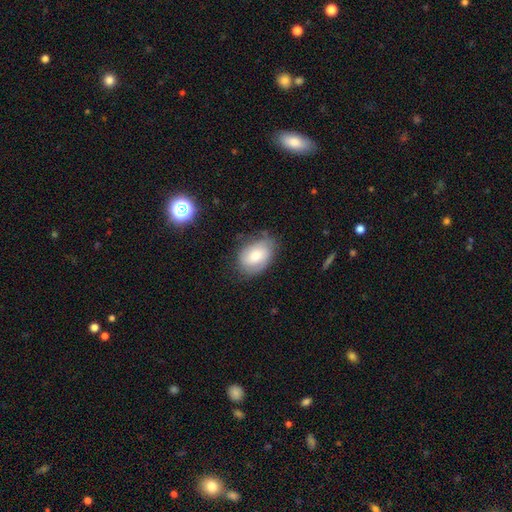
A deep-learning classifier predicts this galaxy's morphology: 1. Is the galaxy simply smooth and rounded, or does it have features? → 61% smooth, 31% featured or disk, 7% star or artifact.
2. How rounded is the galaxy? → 80% in between, 19% round, 1% cigar-shaped.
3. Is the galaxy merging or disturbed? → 67% none, 25% minor disturbance, 7% major disturbance, 2% merger.